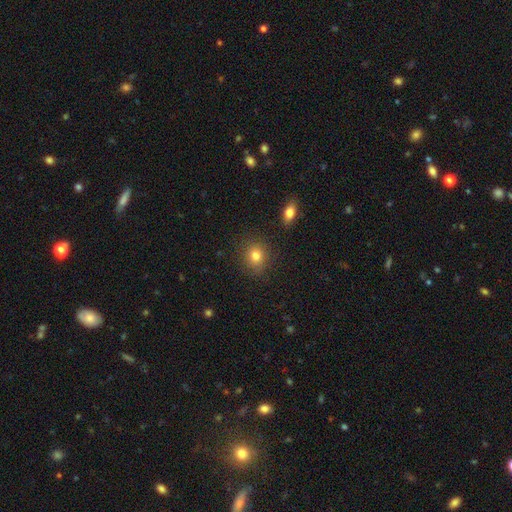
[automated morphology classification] smooth 80%, star or artifact 12%, featured or disk 8%. Down the decision tree: how rounded — round (80%); merging — none (85%).